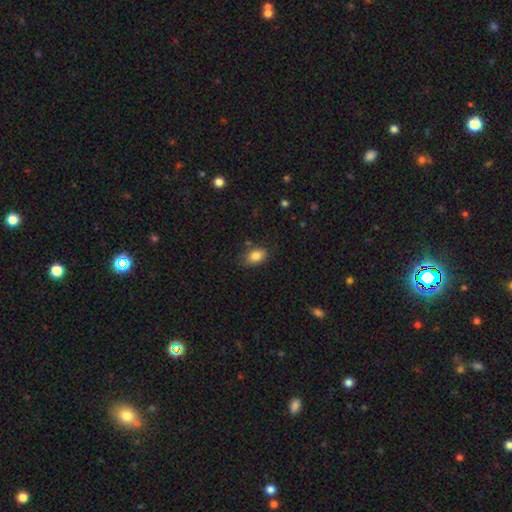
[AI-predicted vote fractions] Morphology: type=smooth (84%); roundness=in between (84%); merging=none (75%).